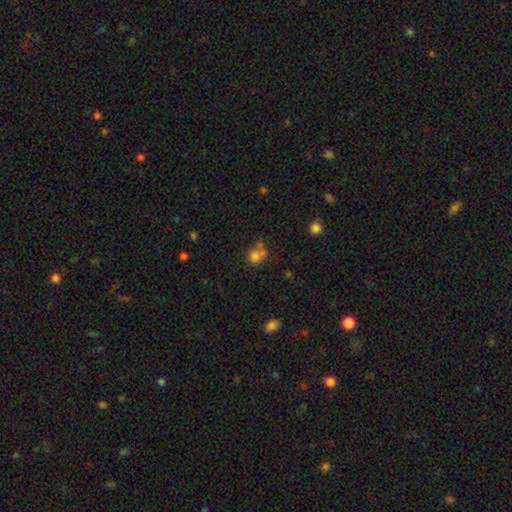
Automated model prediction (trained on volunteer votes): This is likely a smooth galaxy (70%). How rounded: likely round (74%). Merging: marginally none (41%).